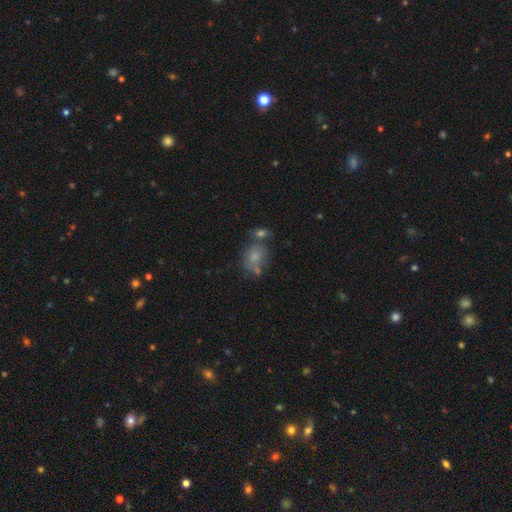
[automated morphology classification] Smooth or featured? Predicted: smooth (p=0.63). How rounded? Predicted: round (p=0.53). Merging? Predicted: none (p=0.52).